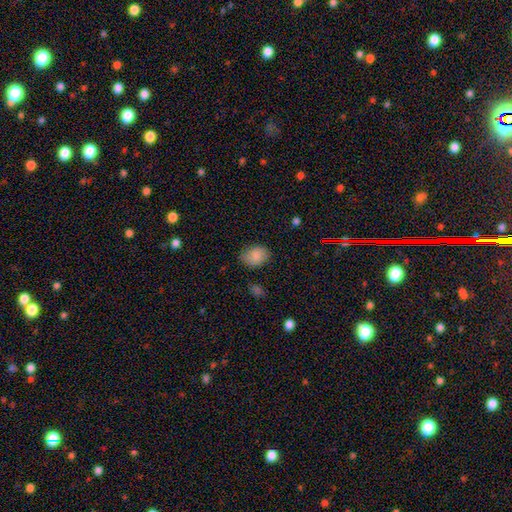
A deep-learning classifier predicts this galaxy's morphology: This appears to be a smooth galaxy with no disk features (84%) that is in between round and cigar-shaped (69%). Merging: none (75%).